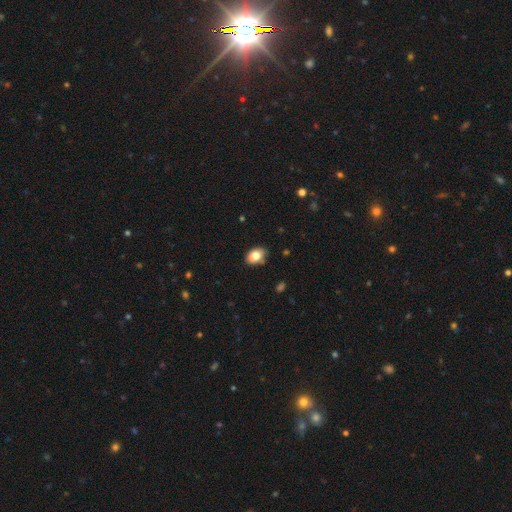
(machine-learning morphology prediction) smooth 83%, featured or disk 9%, star or artifact 8%. Down the decision tree: how rounded — in between (85%); merging — none (79%).